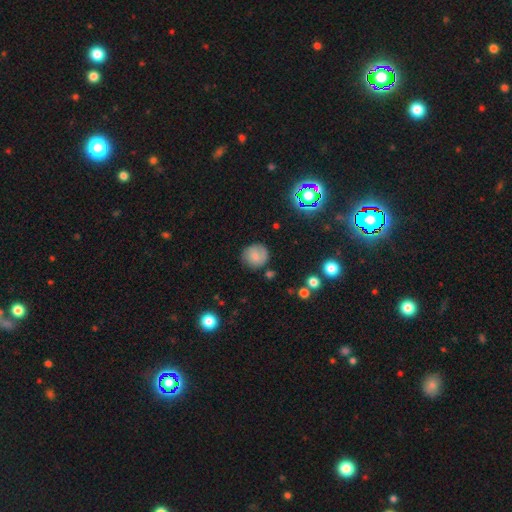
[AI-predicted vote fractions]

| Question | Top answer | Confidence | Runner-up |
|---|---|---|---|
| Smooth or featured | smooth | 72% | featured or disk (17%) |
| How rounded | round | 89% | in between (10%) |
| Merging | none | 77% | minor disturbance (16%) |